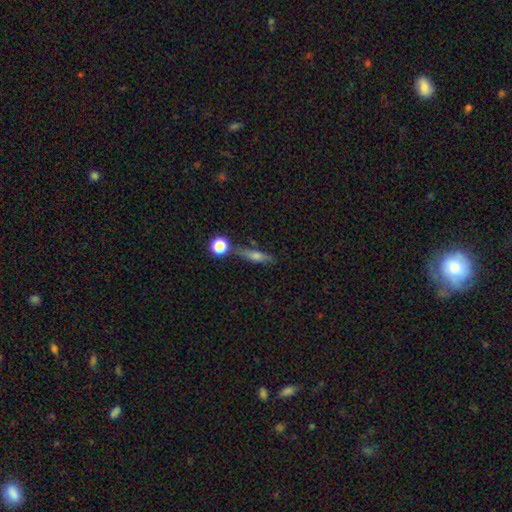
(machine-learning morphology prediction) type=featured or disk (47%); merging=none (74%).